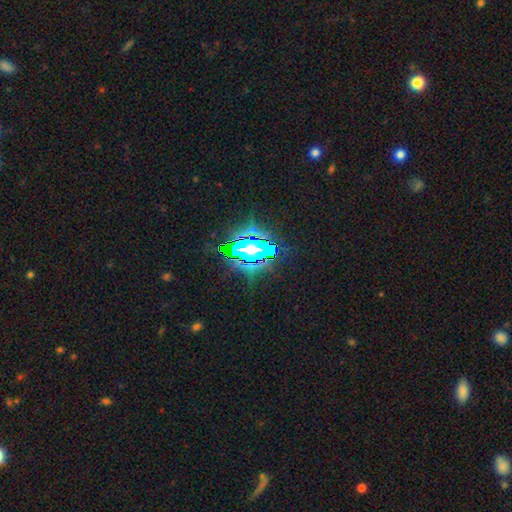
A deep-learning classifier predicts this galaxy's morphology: Q: Smooth or featured?
A: star or artifact (82%); runner-up: smooth (10%)